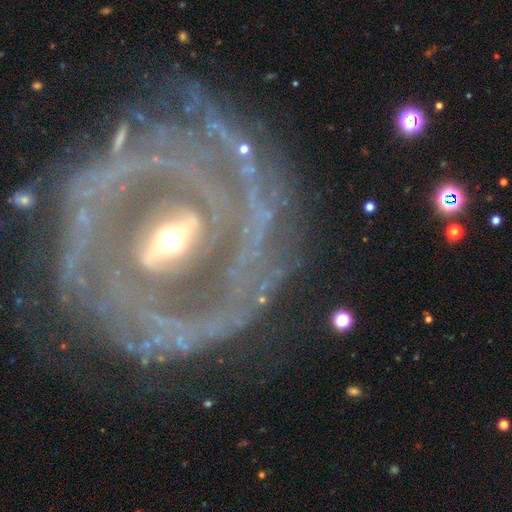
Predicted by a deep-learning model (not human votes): A featured or disk galaxy (90%) with a strong bar (43%), 2 (38%) tight (69%) spiral arms (93%) and a moderate central bulge (56%).

Vote fractions:
- Smooth or featured? featured or disk: 90% / star or artifact: 5% / smooth: 5%
- Edge-on disk? no: 96% / yes: 4%
- Bar? strong: 43% / weak: 38% / no: 20%
- Spiral arms? yes: 93% / no: 7%
- Spiral winding? tight: 69% / medium: 24% / loose: 7%
- Spiral arm count? 2: 38% / can't tell: 23% / 3: 14% / 4: 9% / more than 4: 9% / 1: 7%
- Bulge size? moderate: 56% / small: 36% / large: 5% / none: 1% / dominant: 1%
- Merging? none: 74% / minor disturbance: 15% / major disturbance: 9% / merger: 2%